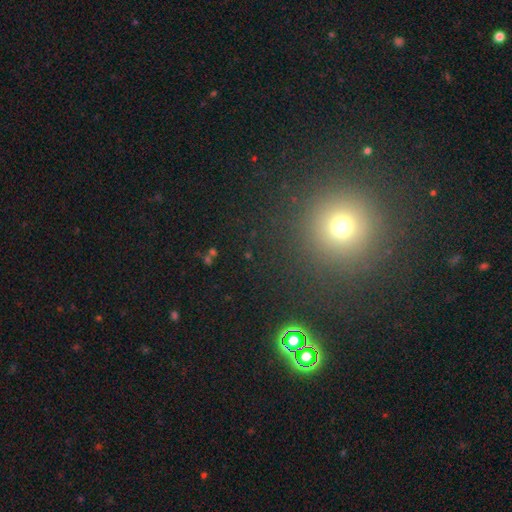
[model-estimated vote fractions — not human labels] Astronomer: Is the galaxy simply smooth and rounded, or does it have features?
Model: smooth — 50% (runner-up: star or artifact, 43%).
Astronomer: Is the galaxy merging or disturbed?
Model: none — 90%.